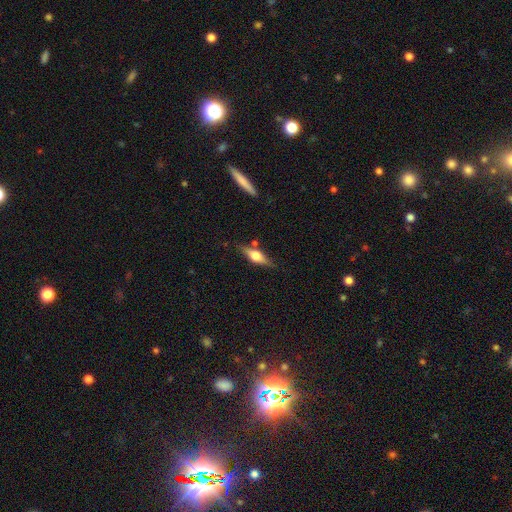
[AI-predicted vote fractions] The model was most divided on "smooth or featured": featured or disk: 61%, smooth: 32%, star or artifact: 7%. More confident: edge-on disk — yes (94%); edge-on bulge — rounded (91%); merging — none (78%).